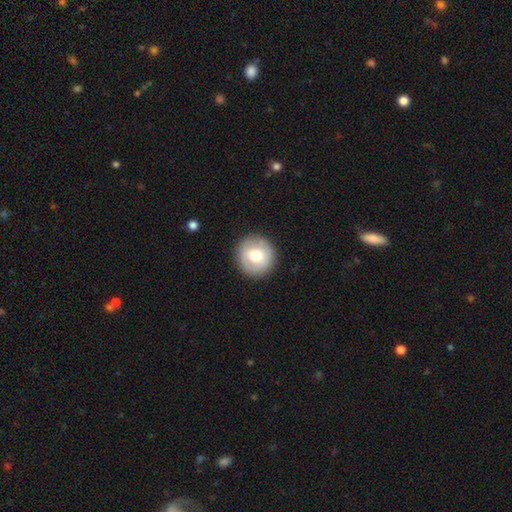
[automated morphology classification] The model was most divided on "smooth or featured": smooth: 64%, featured or disk: 28%, star or artifact: 7%. More confident: how rounded — round (93%); merging — none (90%).